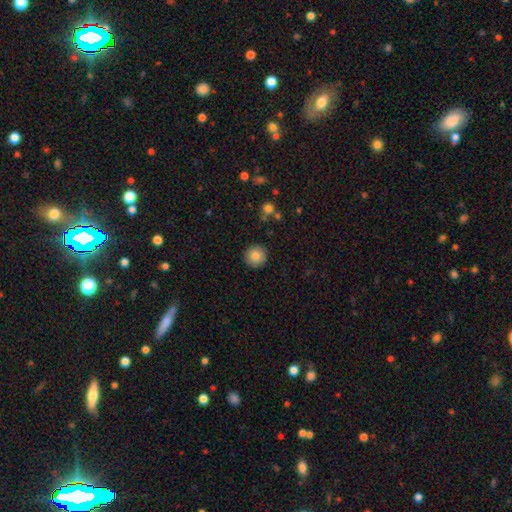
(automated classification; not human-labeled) The model was most divided on "smooth or featured": smooth: 83%, star or artifact: 8%, featured or disk: 8%. More confident: how rounded — round (94%); merging — none (91%).